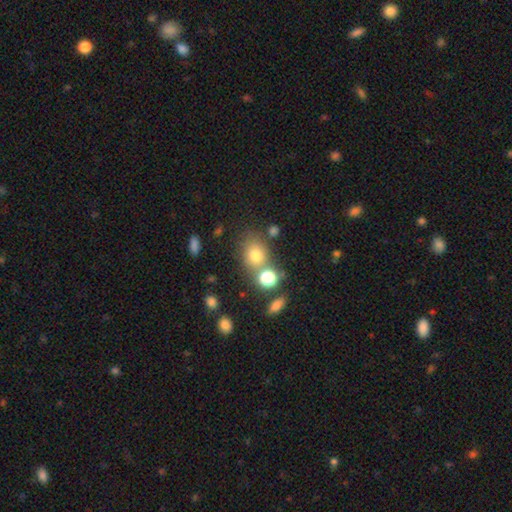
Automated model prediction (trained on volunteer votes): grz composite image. It shows a smooth galaxy with no disk features (72%) that is round (55%). Merging: none (59%).